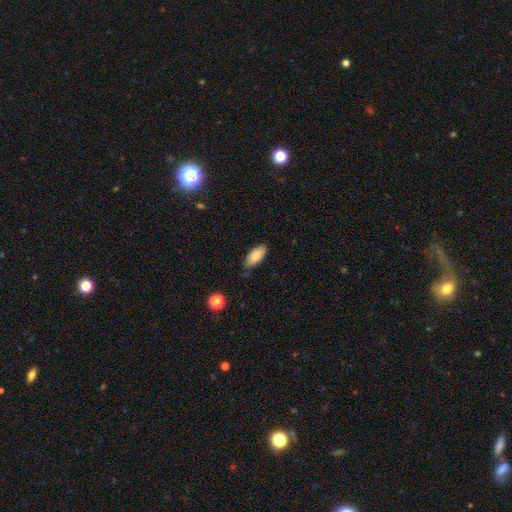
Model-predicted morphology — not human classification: This appears to be a smooth galaxy with no disk features (87%) that is in between round and cigar-shaped (86%). Merging: none (80%).